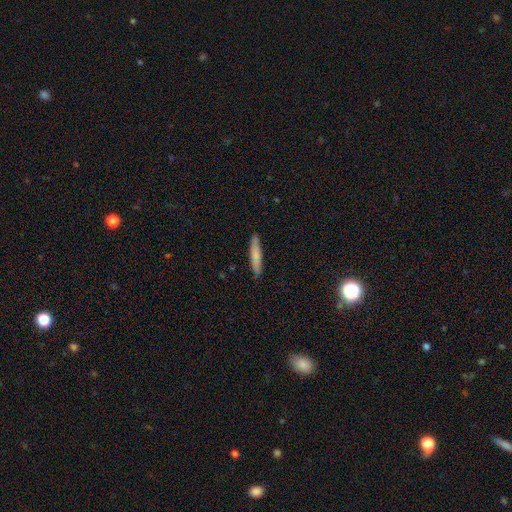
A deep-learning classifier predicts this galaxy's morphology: Smooth or featured? smooth (71%)
How rounded? cigar-shaped (87%)
Merging? none (85%)